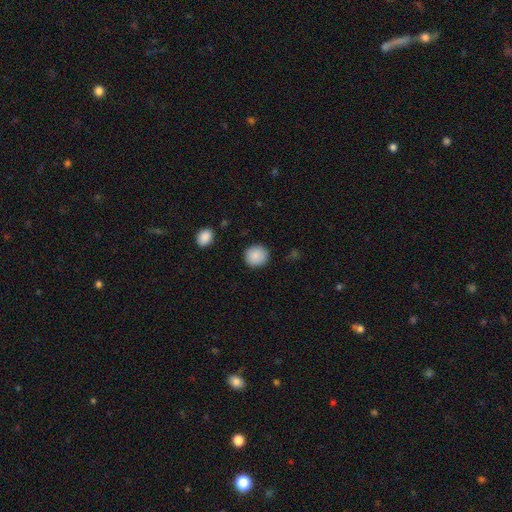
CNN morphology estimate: smooth_or_featured: smooth (p=0.89) [alt: star or artifact p=0.08]
how_rounded: round (p=0.88) [alt: in between p=0.11]
merging: none (p=0.90) [alt: minor disturbance p=0.07]